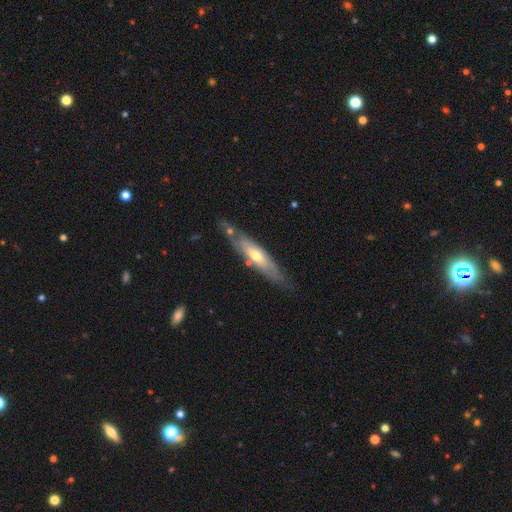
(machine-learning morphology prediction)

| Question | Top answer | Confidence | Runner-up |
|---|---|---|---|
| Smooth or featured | featured or disk | 58% | smooth (36%) |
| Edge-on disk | yes | 56% | no (44%) |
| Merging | none | 71% | minor disturbance (18%) |